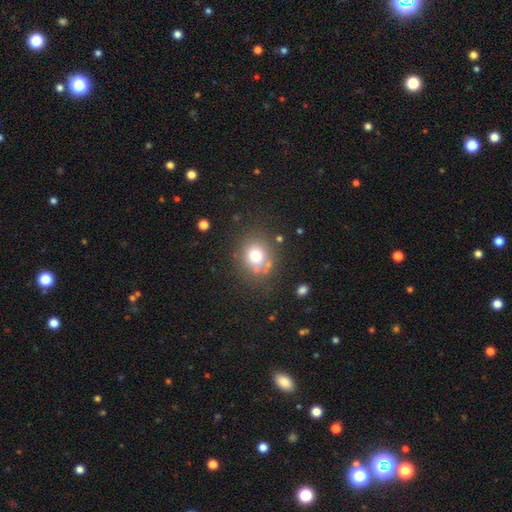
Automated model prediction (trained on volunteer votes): Overall: smooth (73%). How rounded: round (72%). Merging: none (73%).